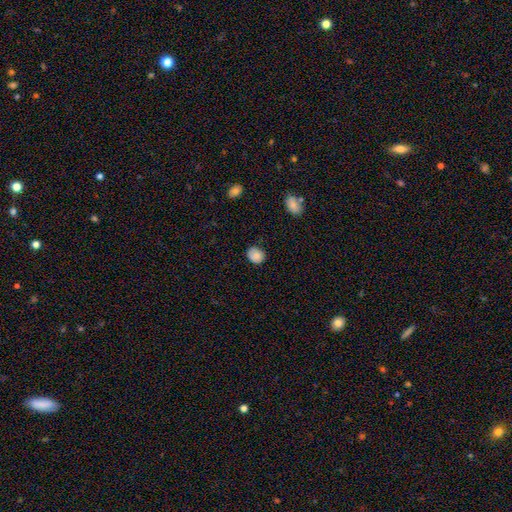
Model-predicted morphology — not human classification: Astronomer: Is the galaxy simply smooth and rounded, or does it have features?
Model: smooth — 82%.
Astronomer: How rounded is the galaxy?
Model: round — 70%.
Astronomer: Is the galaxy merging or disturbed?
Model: none — 74%.